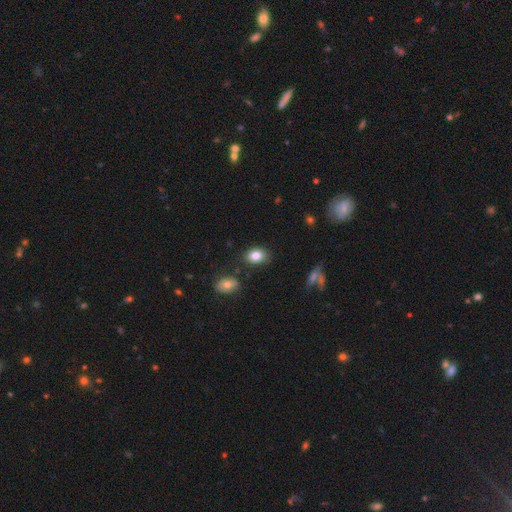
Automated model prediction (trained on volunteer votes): Smooth or featured?
  - smooth: 83% *
  - star or artifact: 9%
  - featured or disk: 8%
How rounded?
  - in between: 72% *
  - round: 26%
  - cigar-shaped: 1%
Merging?
  - none: 83% *
  - minor disturbance: 11%
  - merger: 3%
  - major disturbance: 3%